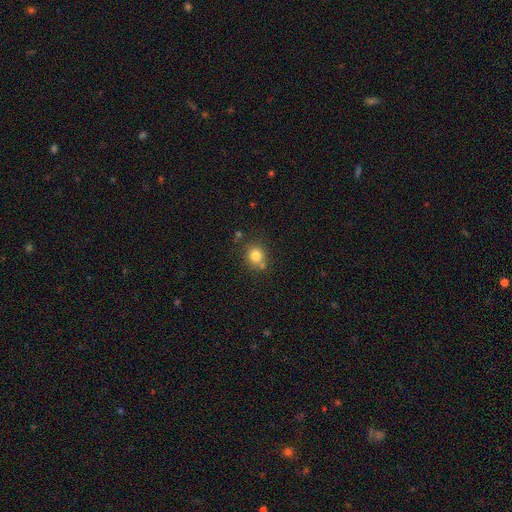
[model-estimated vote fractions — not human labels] smooth_or_featured: smooth (p=0.81) [alt: star or artifact p=0.11]
how_rounded: round (p=0.77) [alt: in between p=0.22]
merging: none (p=0.69) [alt: minor disturbance p=0.15]